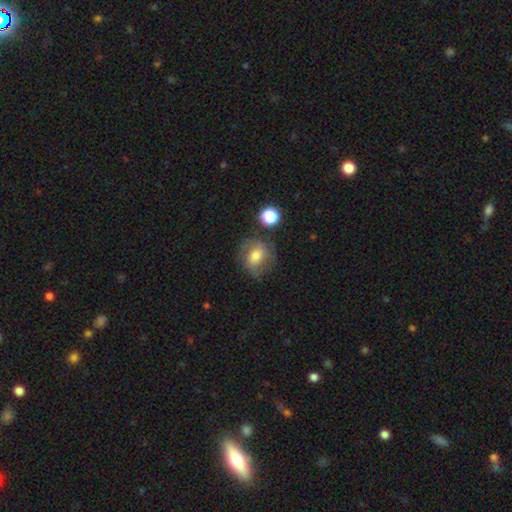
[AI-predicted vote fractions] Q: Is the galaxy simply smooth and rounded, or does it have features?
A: smooth — 52%.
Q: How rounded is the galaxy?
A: round — 62%.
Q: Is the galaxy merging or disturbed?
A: none — 61%.